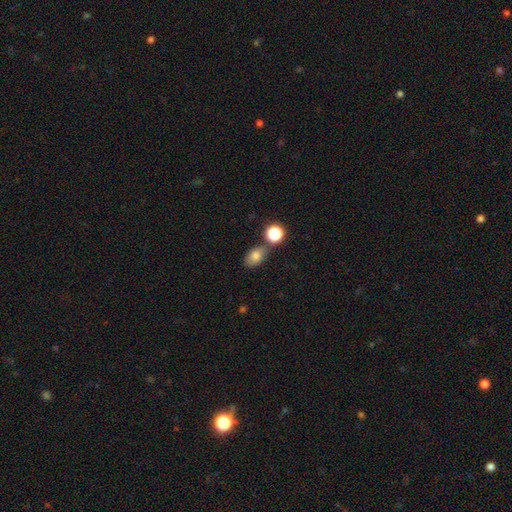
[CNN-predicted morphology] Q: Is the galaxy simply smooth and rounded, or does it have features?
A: smooth — 79%.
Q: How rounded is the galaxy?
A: in between — 81%.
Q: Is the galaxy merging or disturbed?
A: none — 64%.